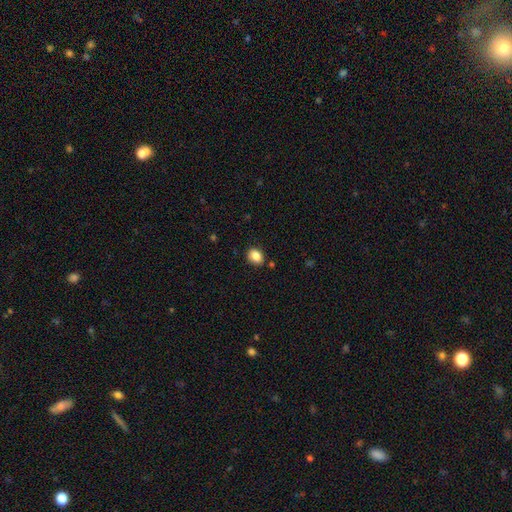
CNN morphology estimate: smooth-or-featured: smooth: 85% | star or artifact: 9% | featured or disk: 5%
  how-rounded: in between: 57% | round: 42% | cigar-shaped: 1%
  merging: none: 85% | minor disturbance: 10% | merger: 3% | major disturbance: 2%